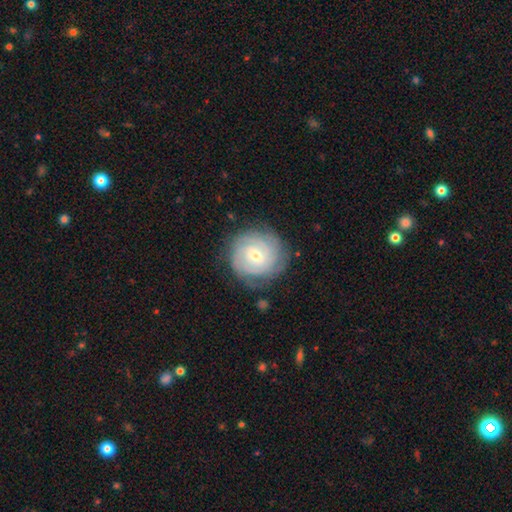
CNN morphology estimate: This appears to be a featured or disk galaxy (76%) with a weak bar (51%), tight (80%) spiral arms (93%) and a moderate central bulge (49%). Merging: none (80%).